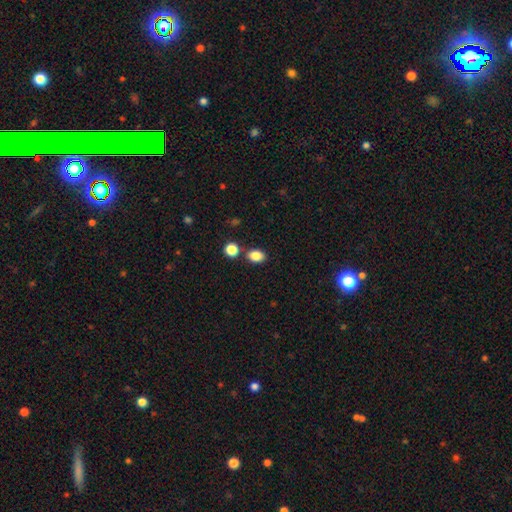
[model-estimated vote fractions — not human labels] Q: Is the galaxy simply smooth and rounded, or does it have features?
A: smooth — 85%.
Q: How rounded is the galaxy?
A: in between — 72%.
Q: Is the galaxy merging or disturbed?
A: none — 76%.